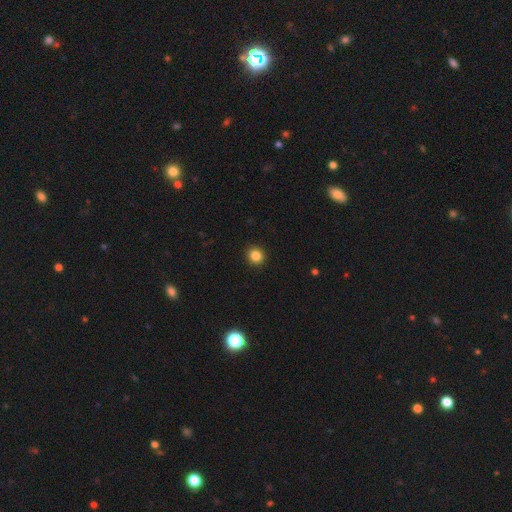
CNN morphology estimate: Overall: smooth (85%). How rounded: round (86%). Merging: none (92%).